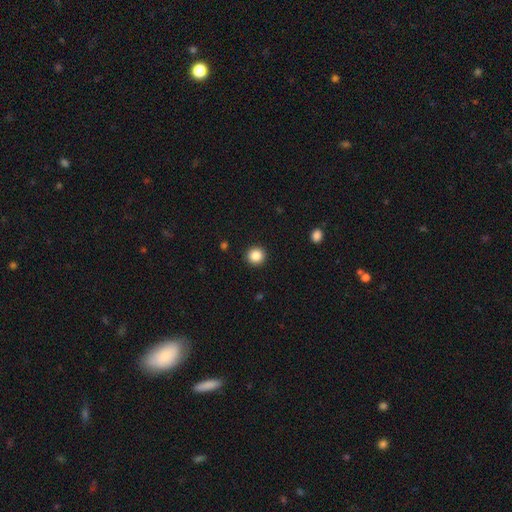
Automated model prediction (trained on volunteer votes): Smooth or featured?
  - smooth: 86% *
  - star or artifact: 10%
  - featured or disk: 4%
How rounded?
  - round: 94% *
  - in between: 5%
  - cigar-shaped: 1%
Merging?
  - none: 93% *
  - minor disturbance: 5%
  - major disturbance: 2%
  - merger: 1%